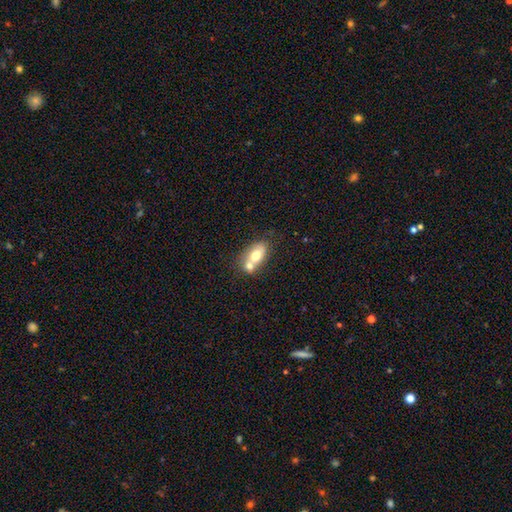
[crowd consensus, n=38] smooth-or-featured: smooth: 74% | featured or disk: 18% | star or artifact: 8%
  how-rounded: in between: 79% | round: 14% | cigar-shaped: 7%
  merging: merger: 71% | none: 11% | minor disturbance: 11% | major disturbance: 6%